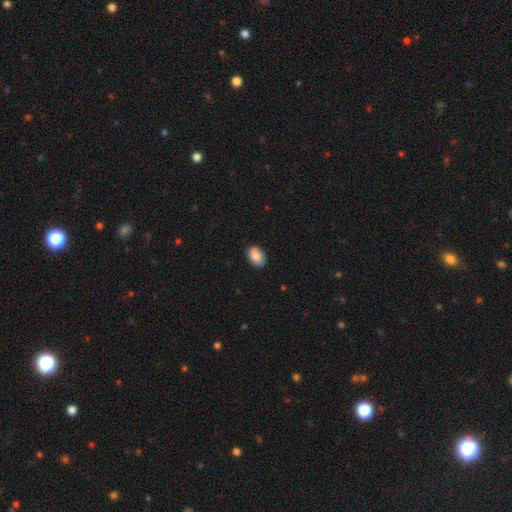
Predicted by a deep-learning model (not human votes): Smooth or featured? smooth (85%)
How rounded? in between (89%)
Merging? none (84%)